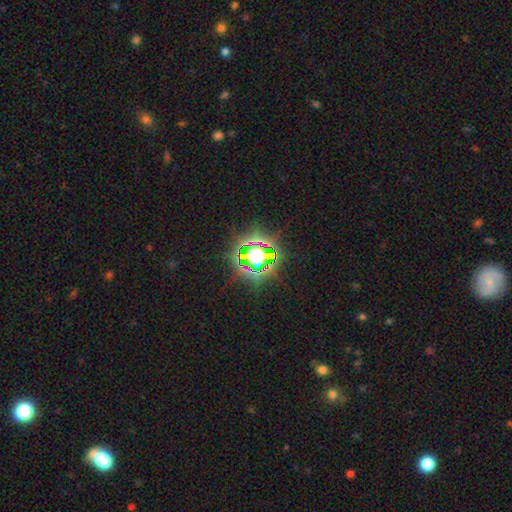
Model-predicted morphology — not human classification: type=star or artifact (69%).